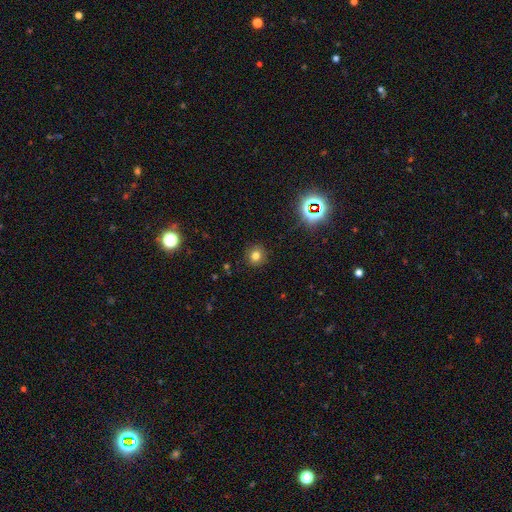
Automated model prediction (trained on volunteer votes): smooth_or_featured: smooth (p=0.76) [alt: star or artifact p=0.17]
how_rounded: round (p=0.89) [alt: in between p=0.10]
merging: none (p=0.90) [alt: minor disturbance p=0.06]